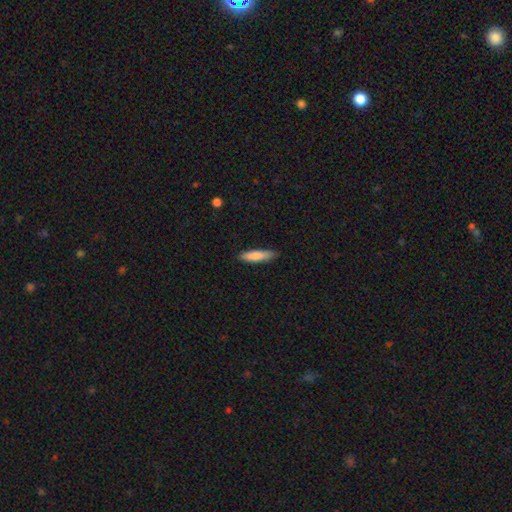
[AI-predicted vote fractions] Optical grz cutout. It shows a smooth galaxy with no disk features (81%) that is cigar-shaped (74%). Merging: none (87%).